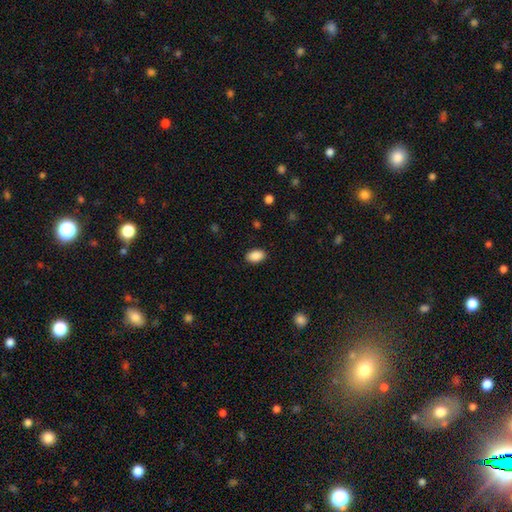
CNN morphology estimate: Smooth or featured: smooth — 89% (star or artifact — 7%)
How rounded: in between — 90% (round — 8%)
Merging: none — 88% (minor disturbance — 9%)